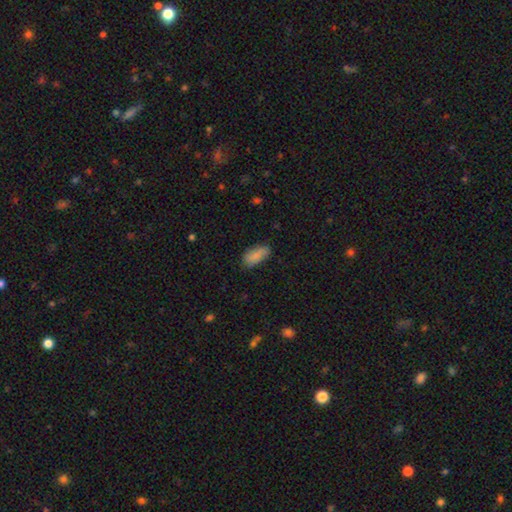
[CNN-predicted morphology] Overall: smooth (84%). How rounded: in between (89%). Merging: none (68%).